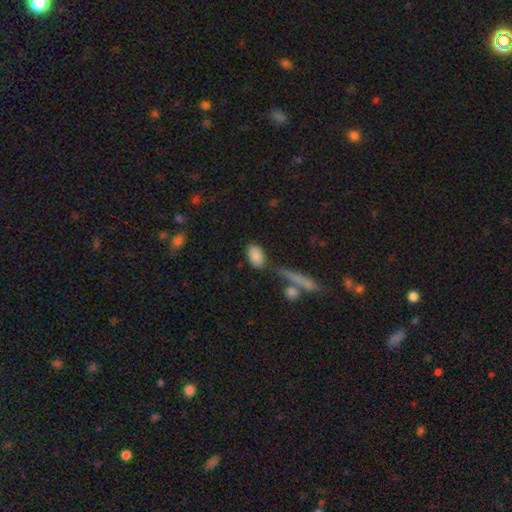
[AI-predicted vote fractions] A smooth galaxy with no disk features (85%) that is in between round and cigar-shaped (90%).

Vote fractions:
- Smooth or featured? smooth: 85% / star or artifact: 8% / featured or disk: 7%
- How rounded? in between: 90% / round: 6% / cigar-shaped: 3%
- Merging? none: 72% / minor disturbance: 14% / merger: 8% / major disturbance: 5%